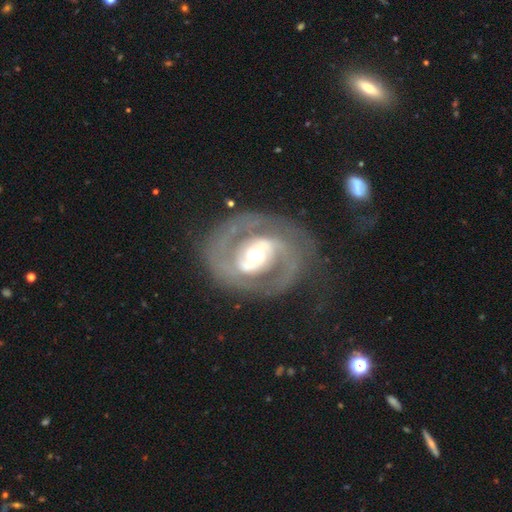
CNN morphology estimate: A featured or disk galaxy (83%) with a strong bar (35%), 2 (80%) tight (45%) spiral arms (85%) and a moderate central bulge (55%).

Vote fractions:
- Smooth or featured? featured or disk: 83% / smooth: 11% / star or artifact: 6%
- Edge-on disk? no: 96% / yes: 4%
- Bar? strong: 35% / weak: 33% / no: 31%
- Spiral arms? yes: 85% / no: 15%
- Spiral winding? tight: 45% / medium: 42% / loose: 14%
- Spiral arm count? 2: 80% / can't tell: 9% / 1: 4% / 3: 4% / 4: 2% / more than 4: 2%
- Bulge size? moderate: 55% / large: 29% / small: 10% / dominant: 5% / none: 1%
- Merging? none: 77% / minor disturbance: 12% / major disturbance: 9% / merger: 2%